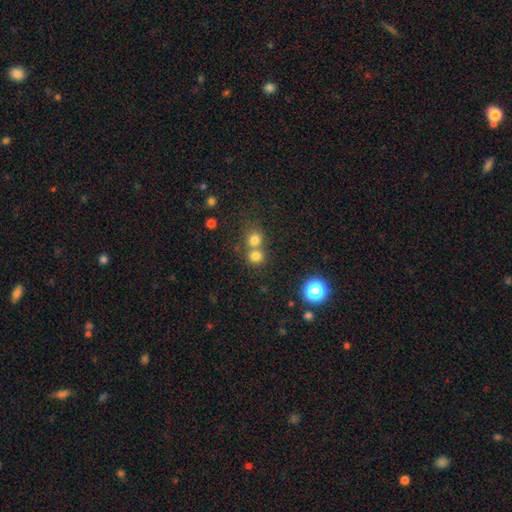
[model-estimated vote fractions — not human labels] Smooth or featured?
  - smooth: 76% *
  - star or artifact: 16%
  - featured or disk: 8%
How rounded?
  - round: 87% *
  - in between: 12%
  - cigar-shaped: 1%
Merging?
  - none: 49% *
  - merger: 43%
  - minor disturbance: 5%
  - major disturbance: 2%